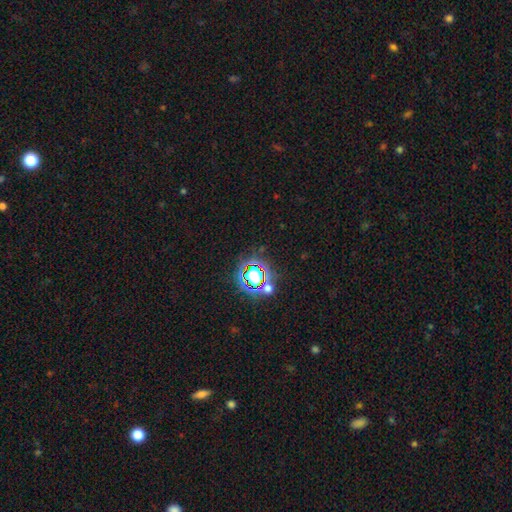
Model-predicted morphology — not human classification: Smooth or featured: star or artifact — 78% (smooth — 14%)